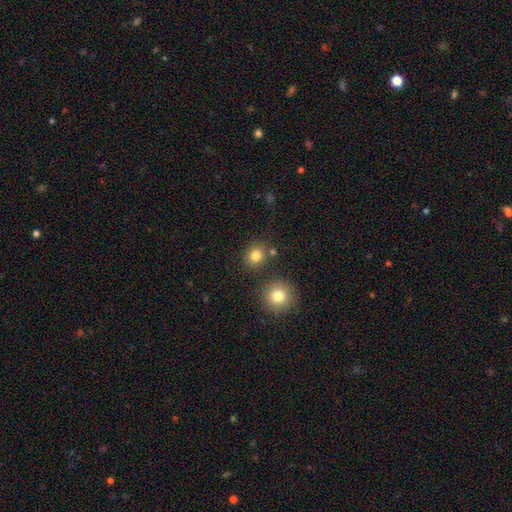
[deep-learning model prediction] smooth-or-featured: smooth: 81% | star or artifact: 12% | featured or disk: 6%
  how-rounded: round: 78% | in between: 21% | cigar-shaped: 1%
  merging: none: 78% | merger: 9% | minor disturbance: 9% | major disturbance: 4%